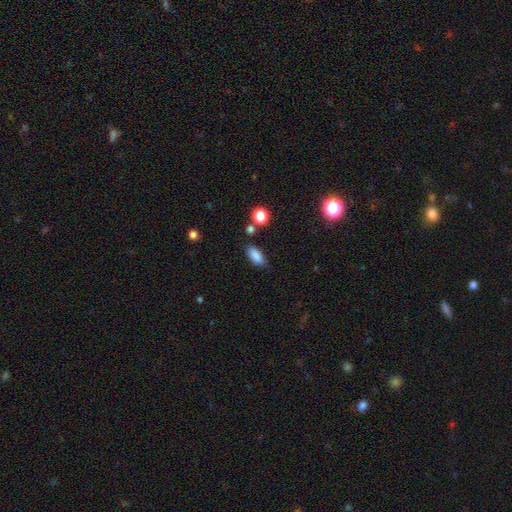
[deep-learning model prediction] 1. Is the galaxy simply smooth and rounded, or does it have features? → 86% smooth, 9% star or artifact, 5% featured or disk.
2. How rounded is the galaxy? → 86% in between, 10% cigar-shaped, 4% round.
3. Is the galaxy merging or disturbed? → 80% none, 13% minor disturbance, 4% merger, 3% major disturbance.